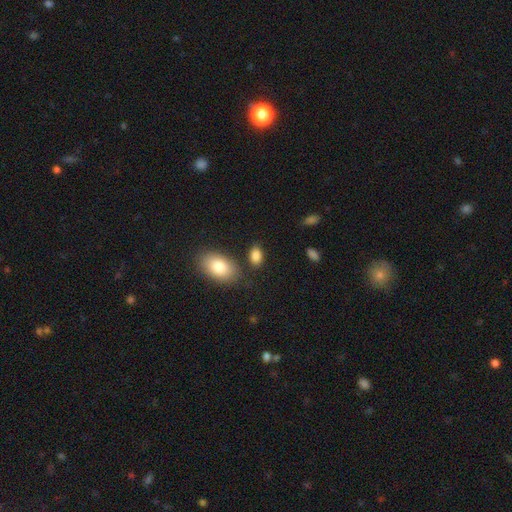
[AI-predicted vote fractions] Morphology: type=smooth (86%); roundness=in between (89%); merging=none (76%).